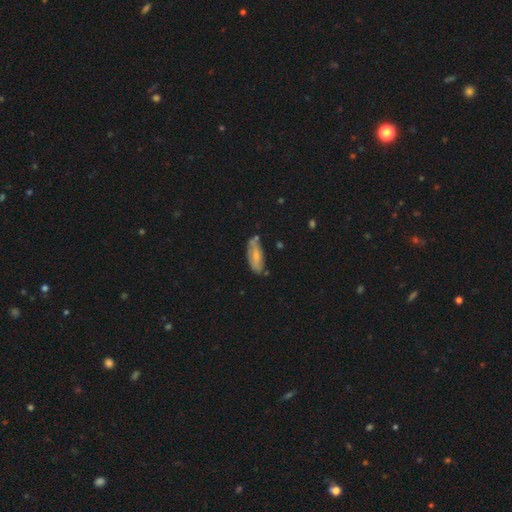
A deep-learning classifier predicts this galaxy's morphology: smooth_or_featured: smooth (p=0.61) [alt: featured or disk p=0.32]
how_rounded: in between (p=0.74) [alt: cigar-shaped p=0.24]
merging: none (p=0.62) [alt: minor disturbance p=0.26]